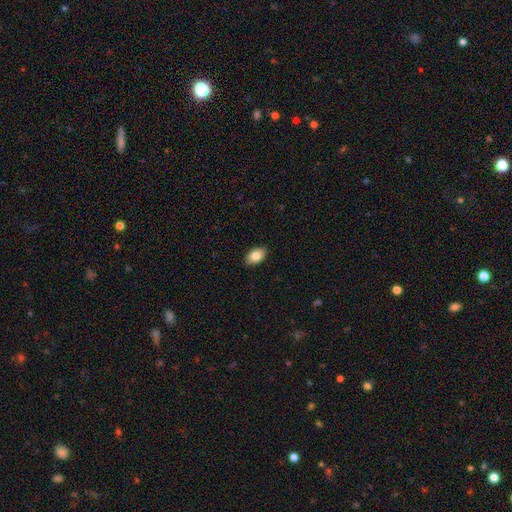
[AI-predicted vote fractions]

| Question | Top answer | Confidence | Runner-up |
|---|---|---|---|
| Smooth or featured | smooth | 82% | featured or disk (11%) |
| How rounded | in between | 91% | round (8%) |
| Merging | none | 89% | minor disturbance (8%) |